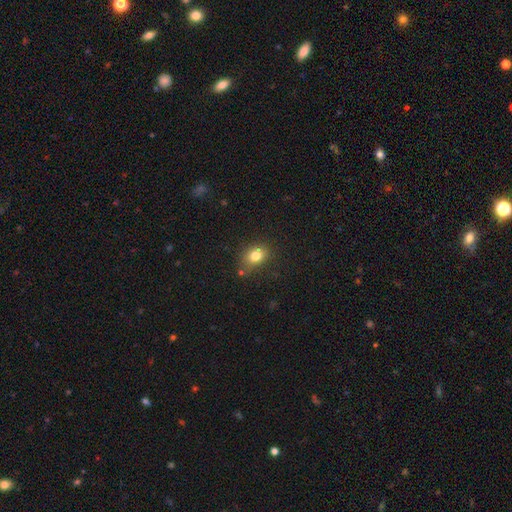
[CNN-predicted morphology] Overall: smooth (79%). How rounded: in between (58%; round 41%). Merging: none (71%).